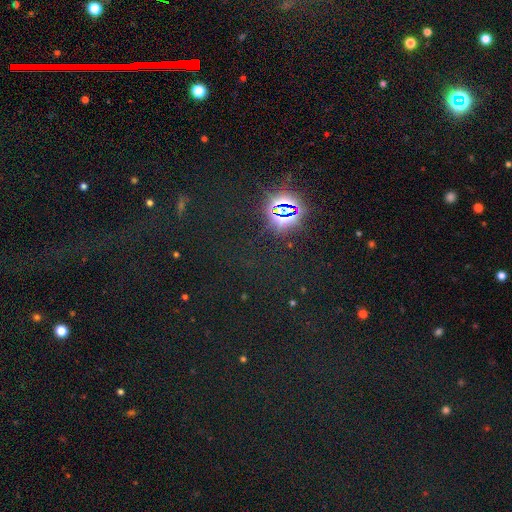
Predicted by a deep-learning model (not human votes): Q: Smooth or featured?
A: star or artifact (70%); runner-up: smooth (22%)